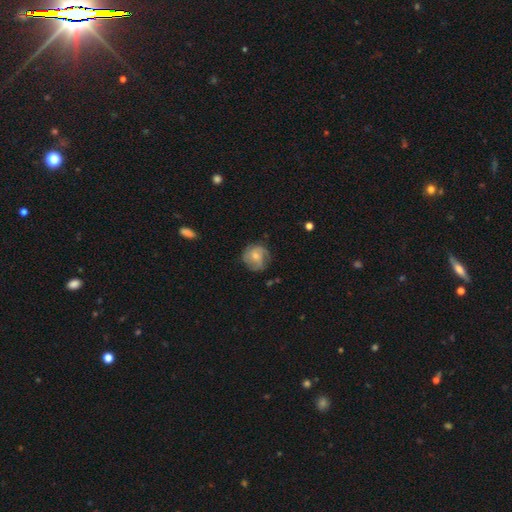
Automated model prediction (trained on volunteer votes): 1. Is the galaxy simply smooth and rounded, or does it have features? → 48% featured or disk, 44% smooth, 7% star or artifact.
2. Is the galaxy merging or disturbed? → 67% none, 23% minor disturbance, 9% major disturbance, 1% merger.